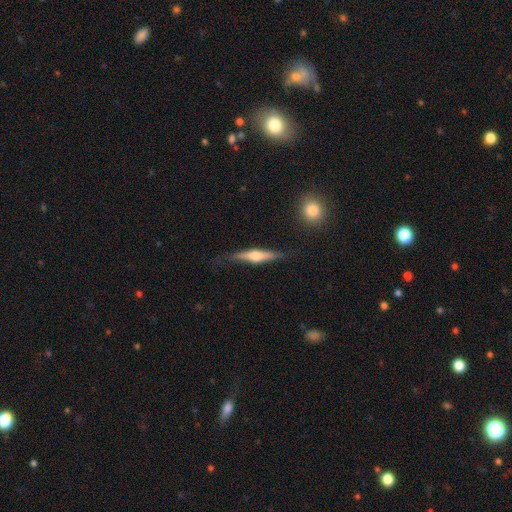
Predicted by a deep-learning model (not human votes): This is likely a featured or disk galaxy (61%). It is clearly viewed edge-on (95%). Edge-on bulge: clearly rounded (89%). Merging: likely none (76%).